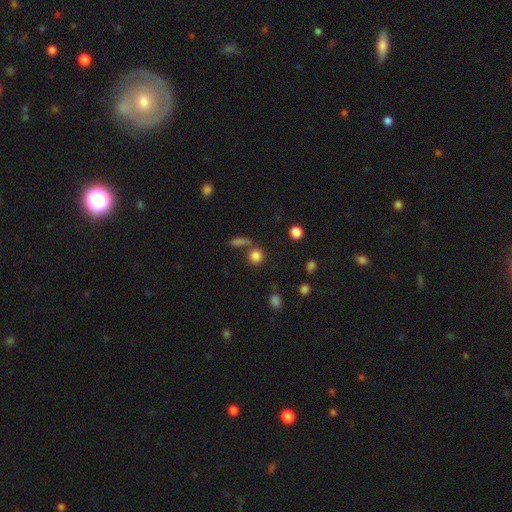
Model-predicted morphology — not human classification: Smooth or featured: smooth — 82% (star or artifact — 12%)
How rounded: round — 87% (in between — 11%)
Merging: none — 65% (merger — 21%)